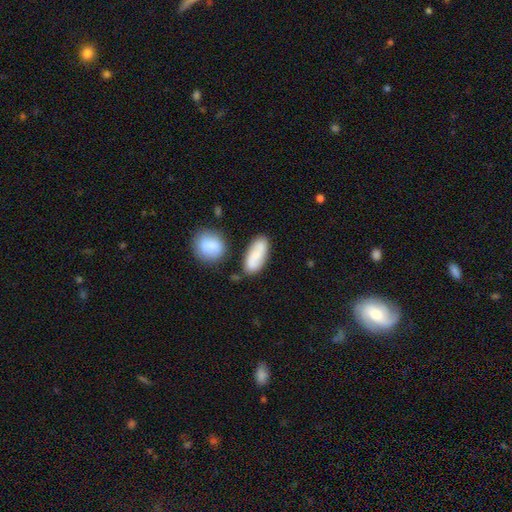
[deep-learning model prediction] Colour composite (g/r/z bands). It shows a smooth galaxy with no disk features (69%) that is in between round and cigar-shaped (81%). Merging: none (70%).